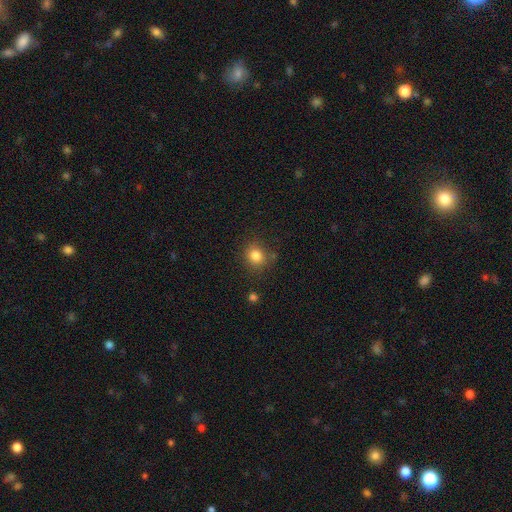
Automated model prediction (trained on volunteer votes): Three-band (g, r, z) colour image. It shows a smooth galaxy with no disk features (83%) that is round (78%). Merging: none (80%).